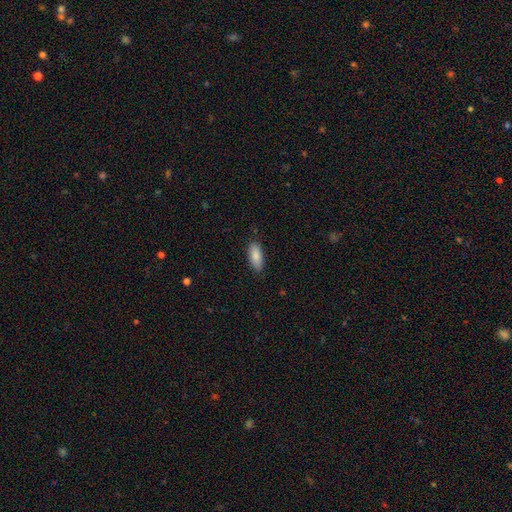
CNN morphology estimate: A smooth galaxy with no disk features (86%) that is in between round and cigar-shaped (81%). Merging: none (86%).